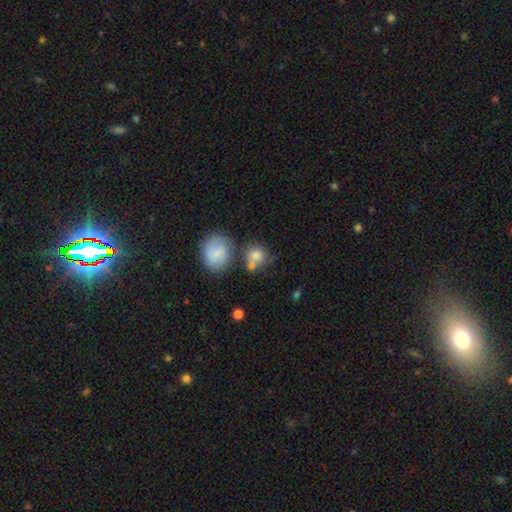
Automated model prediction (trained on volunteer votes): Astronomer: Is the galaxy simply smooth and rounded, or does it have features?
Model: smooth — 80%.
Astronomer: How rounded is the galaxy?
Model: round — 79%.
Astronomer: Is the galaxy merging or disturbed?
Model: none — 52% (runner-up: merger, 27%).